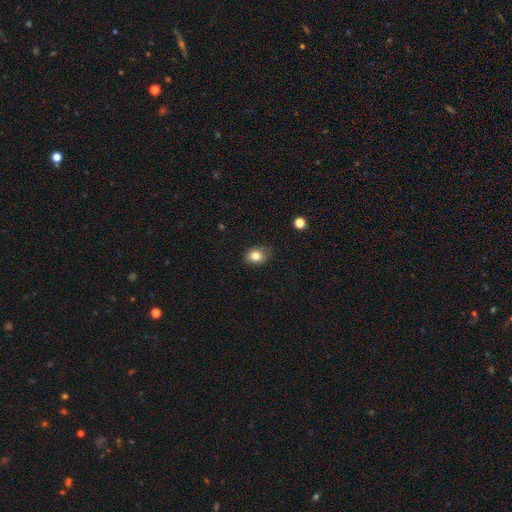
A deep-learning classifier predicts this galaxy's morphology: smooth 81%, star or artifact 11%, featured or disk 8%. Down the decision tree: how rounded — in between (59%); merging — none (73%).